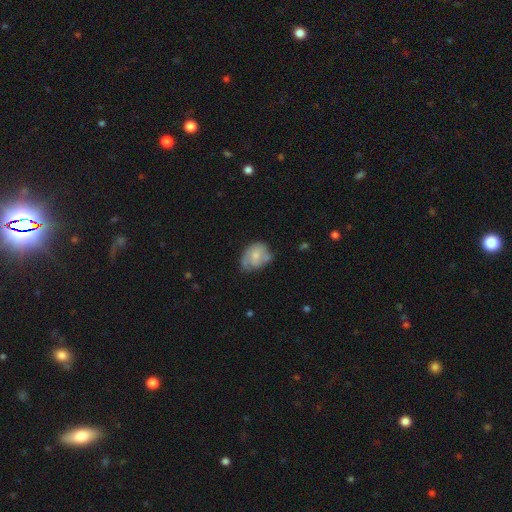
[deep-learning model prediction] Smooth or featured? Predicted: smooth (p=0.50). How rounded? Predicted: in between (p=0.63). Merging? Predicted: none (p=0.47).